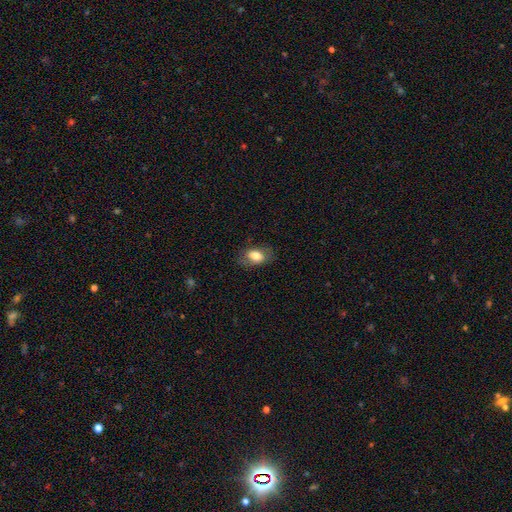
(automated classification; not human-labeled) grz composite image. It shows a smooth galaxy with no disk features (73%) that is in between round and cigar-shaped (87%). Merging: none (76%).